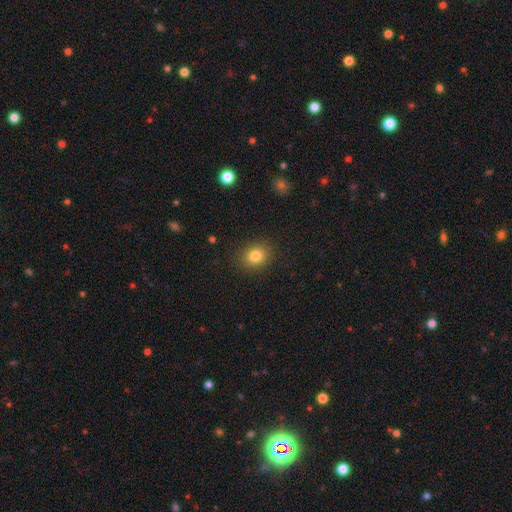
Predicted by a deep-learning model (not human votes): smooth_or_featured: smooth (p=0.82) [alt: star or artifact p=0.11]
how_rounded: round (p=0.56) [alt: in between p=0.43]
merging: none (p=0.88) [alt: minor disturbance p=0.08]